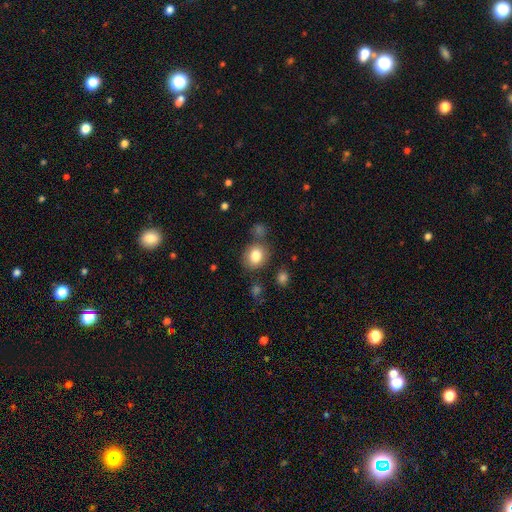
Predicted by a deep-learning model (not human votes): Overall: smooth (82%). How rounded: round (68%; in between 31%). Merging: none (77%).